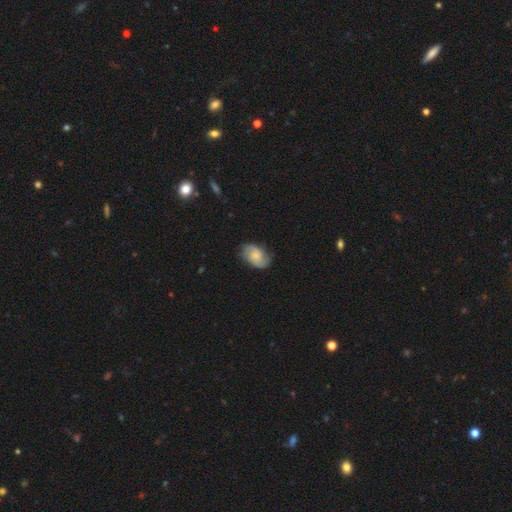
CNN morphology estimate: type=featured or disk (61%); edge-on=no (97%); bar=no (60%); spiral arms=yes (93%); winding=medium (47%); arm count=2 (83%); bulge=small (37%); merging=none (76%).